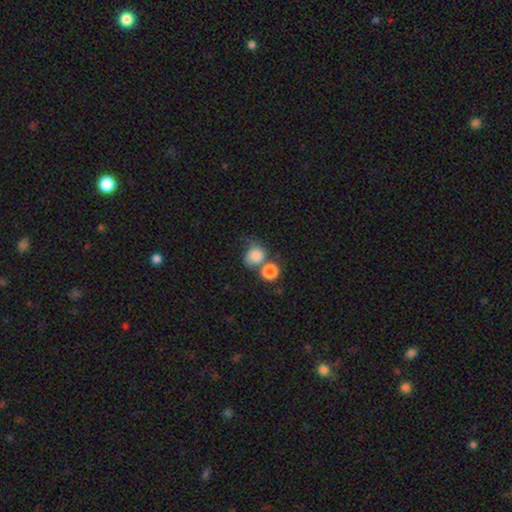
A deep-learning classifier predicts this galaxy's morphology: smooth_or_featured: smooth (p=0.80) [alt: featured or disk p=0.10]
how_rounded: round (p=0.72) [alt: in between p=0.27]
merging: merger (p=0.37) [alt: none p=0.36]